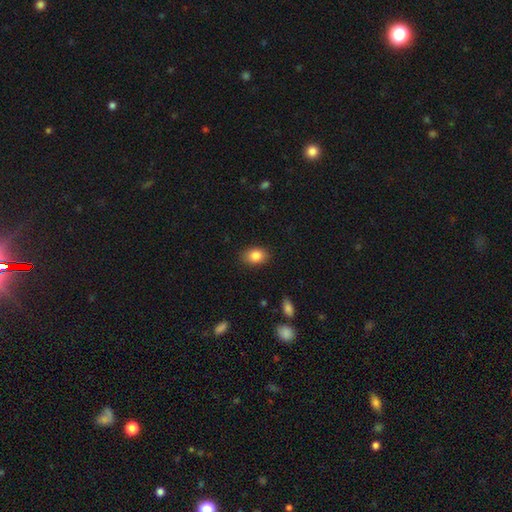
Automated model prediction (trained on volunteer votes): Smooth or featured? smooth (85%)
How rounded? in between (74%)
Merging? none (86%)